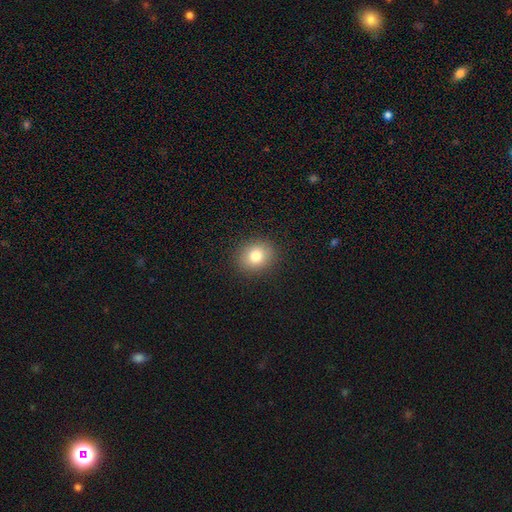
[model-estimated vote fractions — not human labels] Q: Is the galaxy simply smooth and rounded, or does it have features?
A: smooth — 80%.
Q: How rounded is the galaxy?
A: round — 70%.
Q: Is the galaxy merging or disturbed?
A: none — 90%.